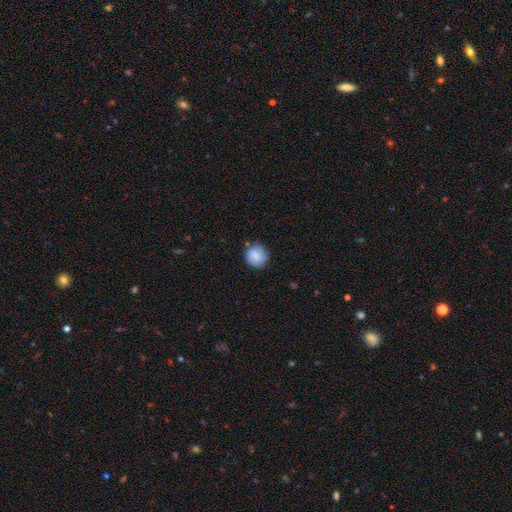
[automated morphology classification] Smooth or featured? Predicted: smooth (p=0.84). How rounded? Predicted: round (p=0.92). Merging? Predicted: none (p=0.80).